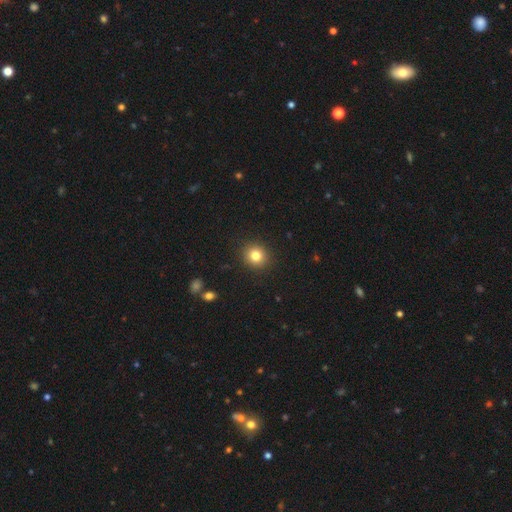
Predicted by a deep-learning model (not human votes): Morphology: type=smooth (82%); roundness=round (88%); merging=none (91%).